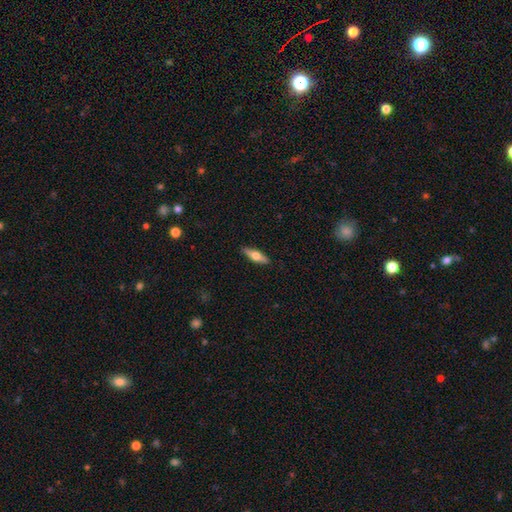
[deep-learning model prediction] smooth_or_featured: smooth (p=0.48) [alt: featured or disk p=0.46]
merging: none (p=0.89) [alt: minor disturbance p=0.08]